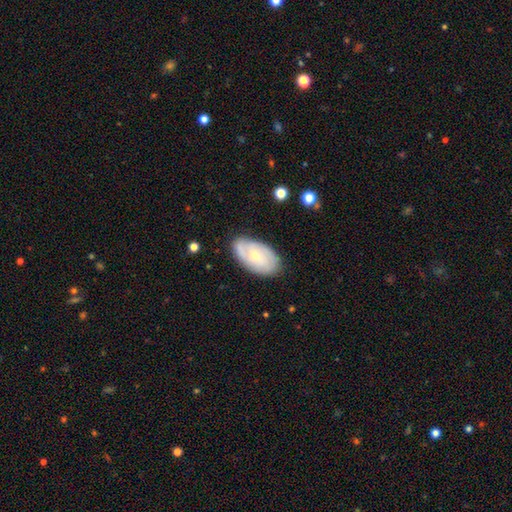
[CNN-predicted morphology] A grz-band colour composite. It shows a featured or disk galaxy (57%) with no bar (59%), spiral arms (72%) and a small central bulge (66%). Merging: none (78%).